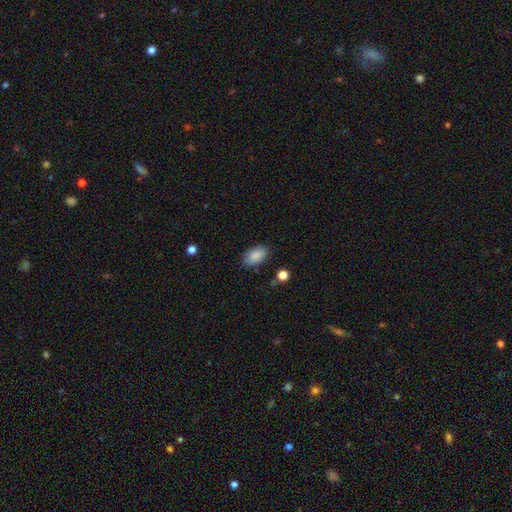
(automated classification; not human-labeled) Smooth or featured: smooth — 87% (star or artifact — 7%)
How rounded: in between — 92% (round — 6%)
Merging: none — 82% (minor disturbance — 13%)